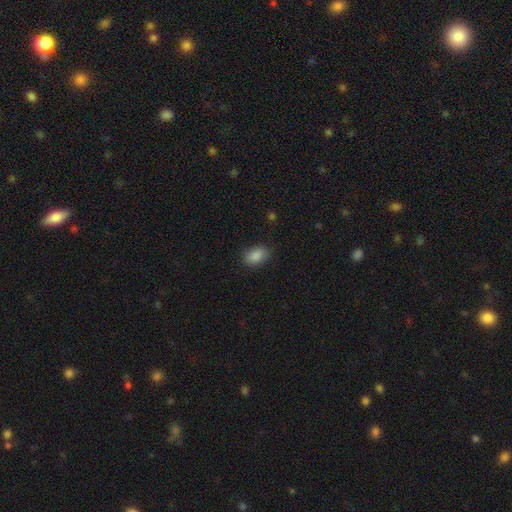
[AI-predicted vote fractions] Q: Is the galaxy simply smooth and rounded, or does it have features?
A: smooth — 87%.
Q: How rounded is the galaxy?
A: in between — 87%.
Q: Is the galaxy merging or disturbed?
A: none — 84%.